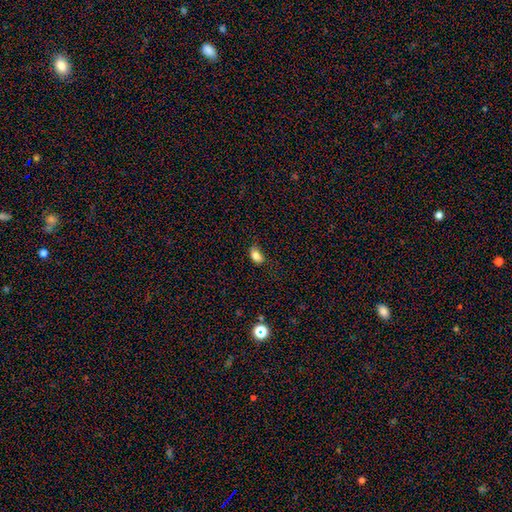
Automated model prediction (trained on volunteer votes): This is clearly a smooth galaxy (83%). How rounded: clearly in between (86%). Merging: likely none (69%).